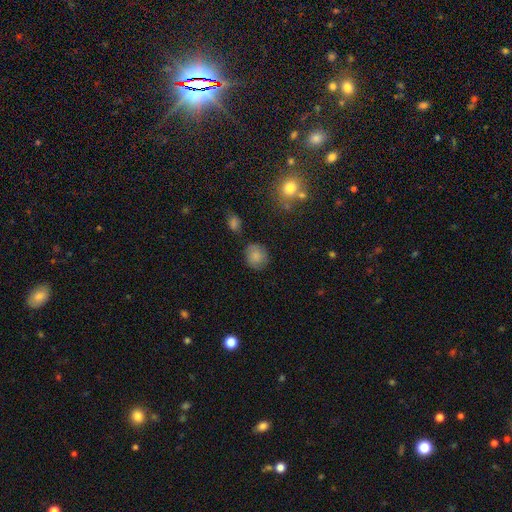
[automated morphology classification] smooth_or_featured: smooth (p=0.80) [alt: featured or disk p=0.10]
how_rounded: round (p=0.81) [alt: in between p=0.18]
merging: none (p=0.76) [alt: minor disturbance p=0.16]